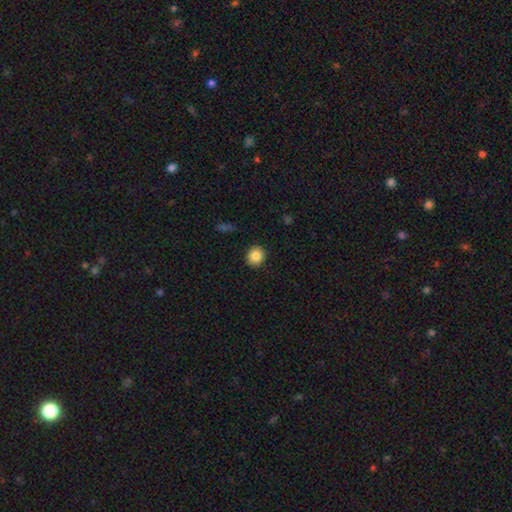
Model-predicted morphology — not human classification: Q: Smooth or featured?
A: smooth (85%); runner-up: star or artifact (9%)
Q: How rounded?
A: round (84%); runner-up: in between (16%)
Q: Merging?
A: none (90%); runner-up: minor disturbance (7%)